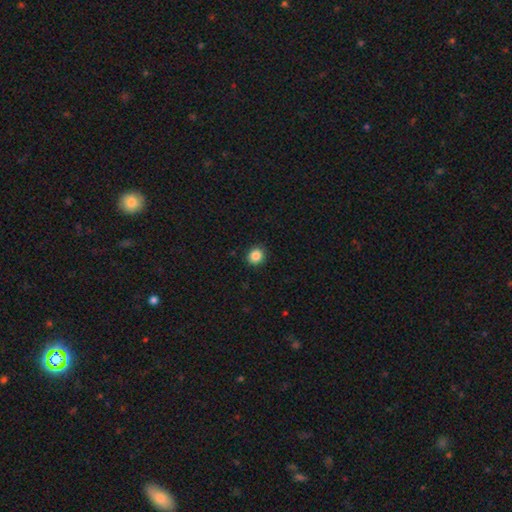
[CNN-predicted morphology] Overall: smooth (87%). How rounded: round (83%). Merging: none (90%).